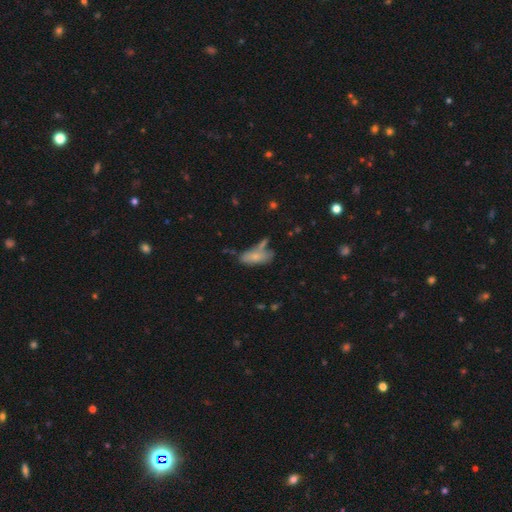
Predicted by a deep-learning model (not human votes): A smooth galaxy with no disk features (70%) that is in between round and cigar-shaped (78%).

Vote fractions:
- Smooth or featured? smooth: 70% / featured or disk: 21% / star or artifact: 9%
- How rounded? in between: 78% / cigar-shaped: 18% / round: 3%
- Merging? none: 45% / merger: 23% / minor disturbance: 22% / major disturbance: 10%